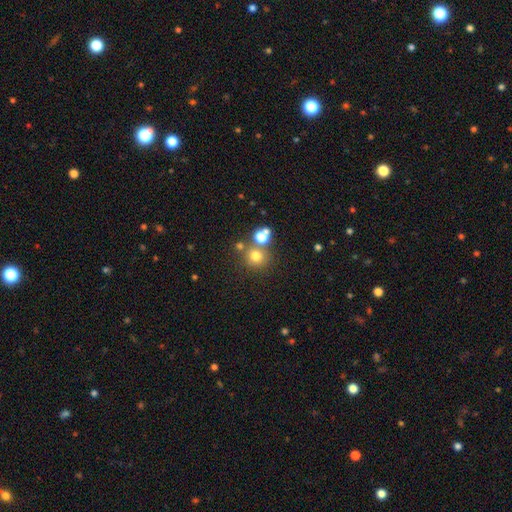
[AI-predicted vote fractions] smooth-or-featured: smooth: 70% | star or artifact: 20% | featured or disk: 10%
  how-rounded: round: 89% | in between: 10% | cigar-shaped: 1%
  merging: none: 66% | merger: 22% | minor disturbance: 8% | major disturbance: 4%